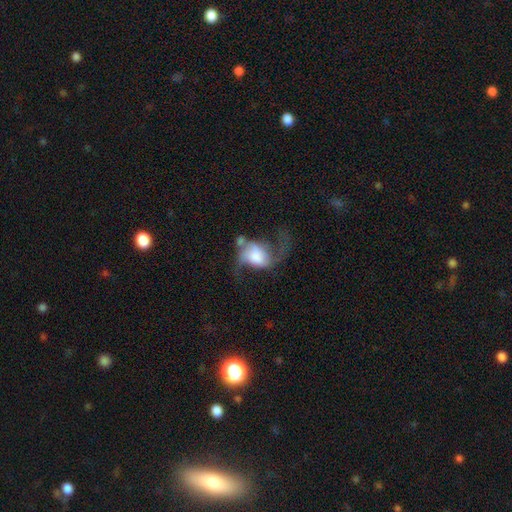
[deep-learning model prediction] This is likely a featured or disk galaxy (63%). It is clearly not viewed edge-on (97%). Bar: possibly no (57%). Spiral arm pattern: clearly yes (86%). Spiral arm count: clearly 2 (81%). Spiral winding: likely loose (79%). Central bulge: marginally large (33%). Merging: marginally major disturbance (37%).